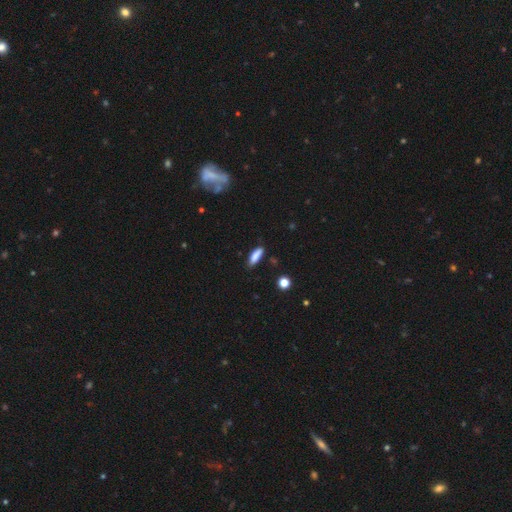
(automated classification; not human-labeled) Q: Smooth or featured?
A: smooth (86%); runner-up: featured or disk (7%)
Q: How rounded?
A: cigar-shaped (50%); runner-up: in between (48%)
Q: Merging?
A: none (82%); runner-up: minor disturbance (14%)